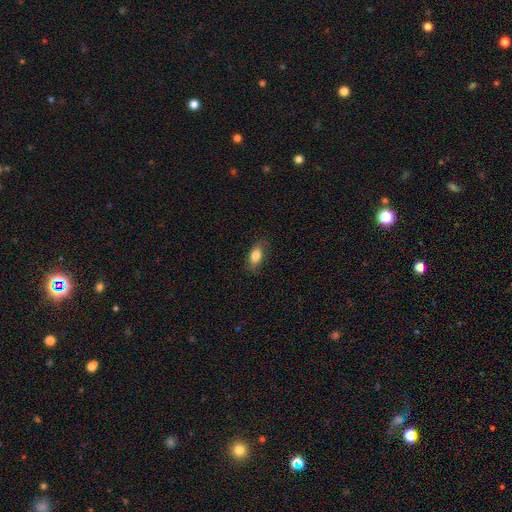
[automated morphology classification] smooth_or_featured: smooth (p=0.81) [alt: featured or disk p=0.11]
how_rounded: in between (p=0.84) [alt: round p=0.08]
merging: none (p=0.79) [alt: minor disturbance p=0.16]